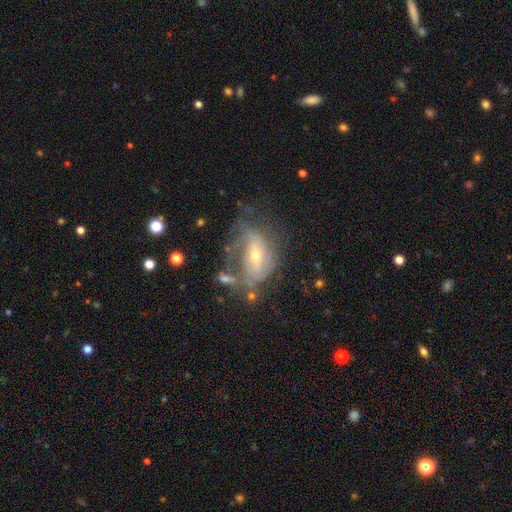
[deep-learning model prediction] A featured or disk galaxy (77%) with no bar (41%), tight (44%) spiral arms (80%) and a small central bulge (54%).

Vote fractions:
- Smooth or featured? featured or disk: 77% / smooth: 15% / star or artifact: 8%
- Edge-on disk? no: 95% / yes: 5%
- Bar? no: 41% / weak: 40% / strong: 19%
- Spiral arms? yes: 80% / no: 20%
- Spiral winding? tight: 44% / medium: 37% / loose: 19%
- Spiral arm count? can't tell: 42% / 2: 30% / 3: 12% / 1: 9% / 4: 4% / more than 4: 3%
- Bulge size? small: 54% / moderate: 42% / large: 2% / none: 1% / dominant: 1%
- Merging? none: 41% / major disturbance: 27% / minor disturbance: 24% / merger: 7%